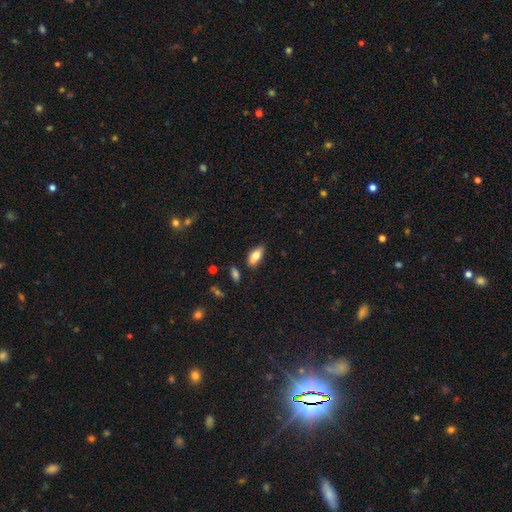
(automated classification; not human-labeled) A smooth galaxy with no disk features (78%) that is in between round and cigar-shaped (88%).

Vote fractions:
- Smooth or featured? smooth: 78% / featured or disk: 15% / star or artifact: 7%
- How rounded? in between: 88% / cigar-shaped: 10% / round: 3%
- Merging? none: 73% / minor disturbance: 18% / merger: 5% / major disturbance: 4%